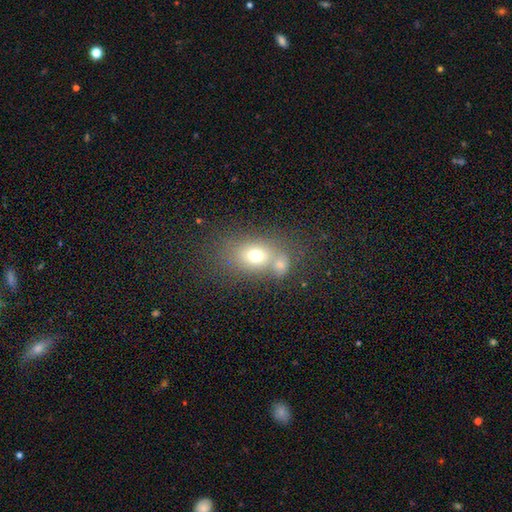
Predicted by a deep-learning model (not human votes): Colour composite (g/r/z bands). It shows a smooth galaxy with no disk features (68%) that is in between round and cigar-shaped (60%). Merging: none (44%).